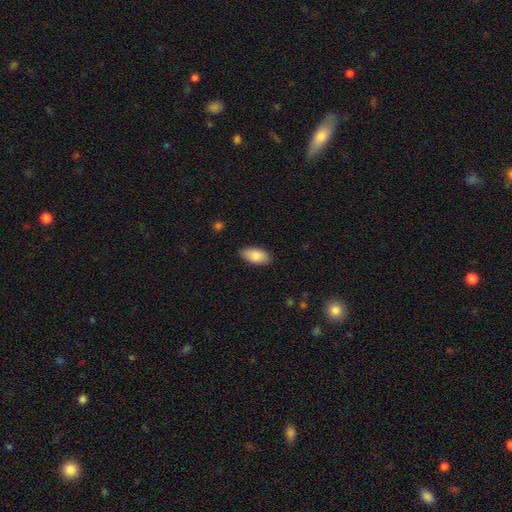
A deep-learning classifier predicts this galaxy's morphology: This appears to be a smooth galaxy with no disk features (86%) that is in between round and cigar-shaped (94%). Merging: none (84%).